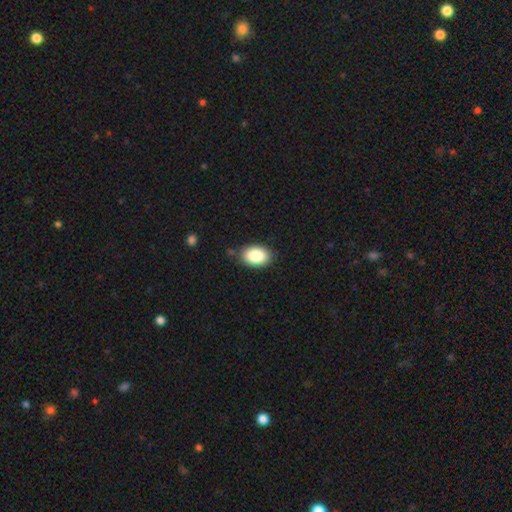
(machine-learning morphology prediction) smooth-or-featured: smooth: 88% | star or artifact: 7% | featured or disk: 5%
  how-rounded: in between: 88% | round: 11% | cigar-shaped: 1%
  merging: none: 83% | minor disturbance: 12% | major disturbance: 3% | merger: 2%